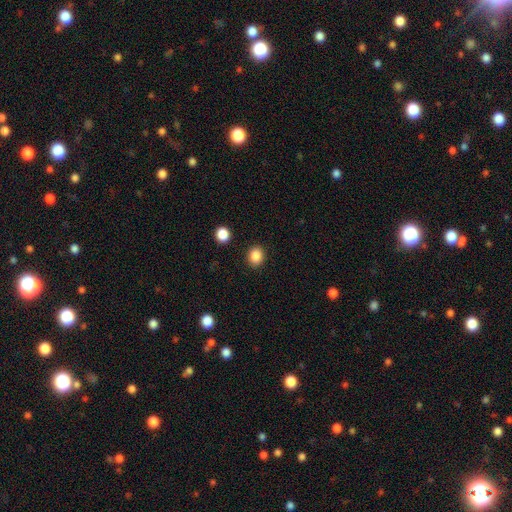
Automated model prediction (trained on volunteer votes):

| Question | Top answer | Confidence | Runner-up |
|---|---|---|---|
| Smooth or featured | smooth | 87% | star or artifact (10%) |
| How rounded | round | 62% | in between (37%) |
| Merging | none | 89% | minor disturbance (7%) |